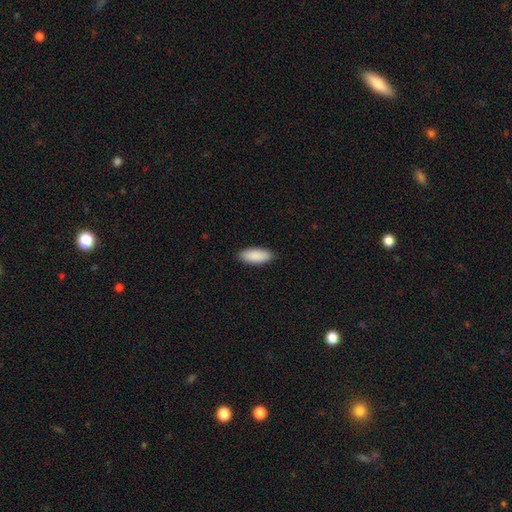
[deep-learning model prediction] The model was most divided on "how rounded": in between: 83%, cigar-shaped: 16%, round: 2%. More confident: smooth or featured — smooth (91%); merging — none (90%).